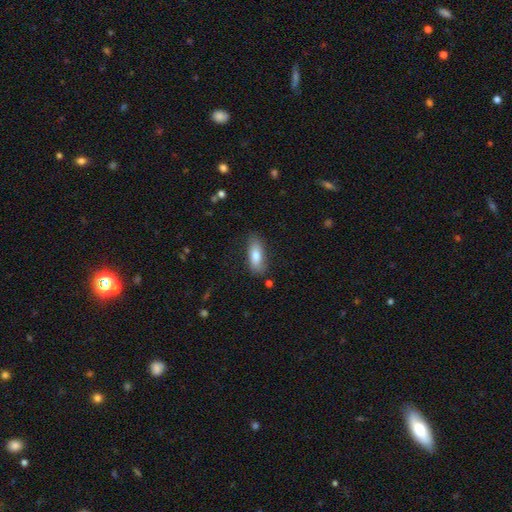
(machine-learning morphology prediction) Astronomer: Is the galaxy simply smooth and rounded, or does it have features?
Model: smooth — 77%.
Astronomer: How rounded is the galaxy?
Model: in between — 69%.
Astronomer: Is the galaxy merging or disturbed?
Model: none — 79%.